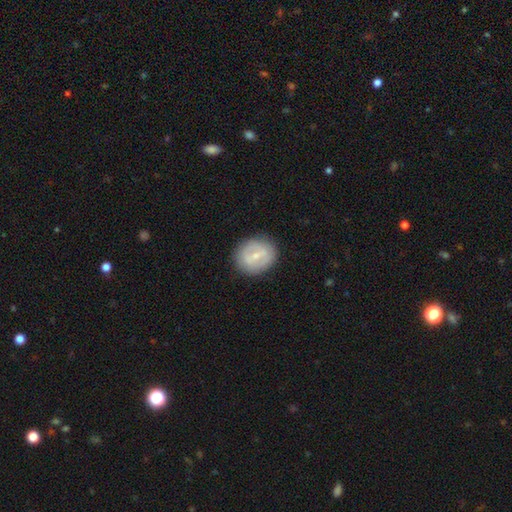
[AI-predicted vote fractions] Morphology: type=featured or disk (49%); merging=none (85%).